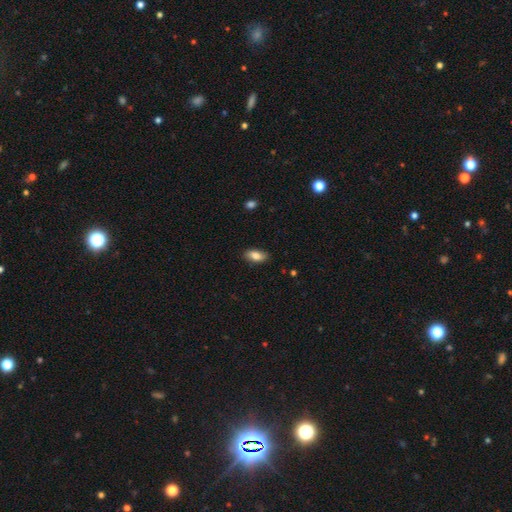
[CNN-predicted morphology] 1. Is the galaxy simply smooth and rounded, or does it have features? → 81% smooth, 12% featured or disk, 7% star or artifact.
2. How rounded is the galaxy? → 89% in between, 7% cigar-shaped, 3% round.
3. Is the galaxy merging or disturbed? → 86% none, 11% minor disturbance, 2% major disturbance, 1% merger.